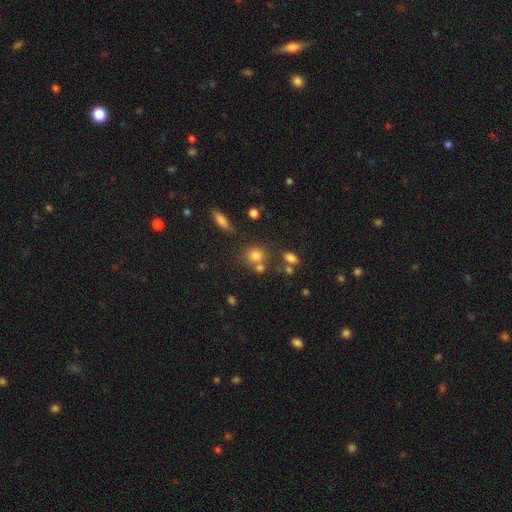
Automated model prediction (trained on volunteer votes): Q: Smooth or featured?
A: smooth (75%); runner-up: star or artifact (15%)
Q: How rounded?
A: round (75%); runner-up: in between (23%)
Q: Merging?
A: none (58%); runner-up: merger (25%)